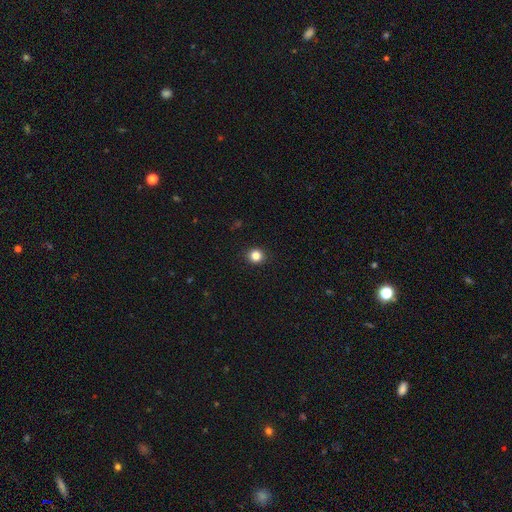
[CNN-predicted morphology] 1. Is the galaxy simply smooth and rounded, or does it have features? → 84% smooth, 12% star or artifact, 4% featured or disk.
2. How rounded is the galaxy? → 89% round, 10% in between, 1% cigar-shaped.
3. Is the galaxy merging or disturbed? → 93% none, 5% minor disturbance, 2% major disturbance, 1% merger.